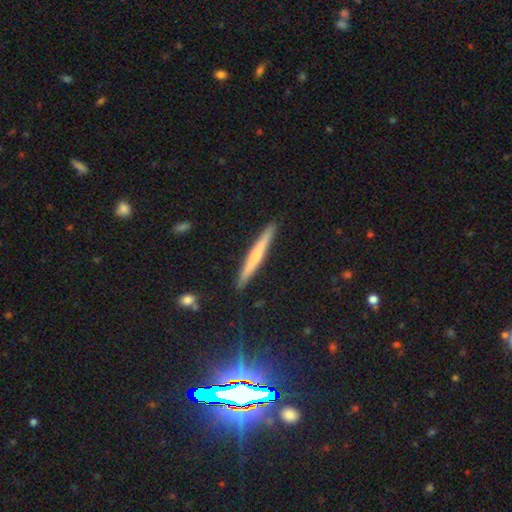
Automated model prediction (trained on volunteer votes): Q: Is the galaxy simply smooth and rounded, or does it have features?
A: smooth — 51%.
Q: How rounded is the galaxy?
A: cigar-shaped — 96%.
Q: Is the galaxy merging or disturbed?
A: none — 91%.